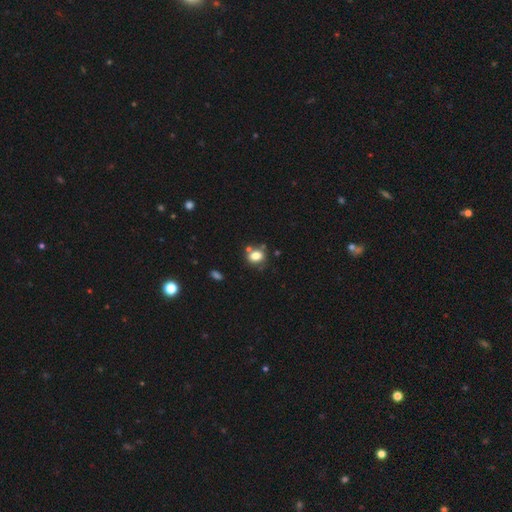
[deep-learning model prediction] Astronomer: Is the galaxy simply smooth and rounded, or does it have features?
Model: smooth — 78%.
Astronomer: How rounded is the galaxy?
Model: in between — 50% (runner-up: round, 49%).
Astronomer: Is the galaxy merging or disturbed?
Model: none — 61%.